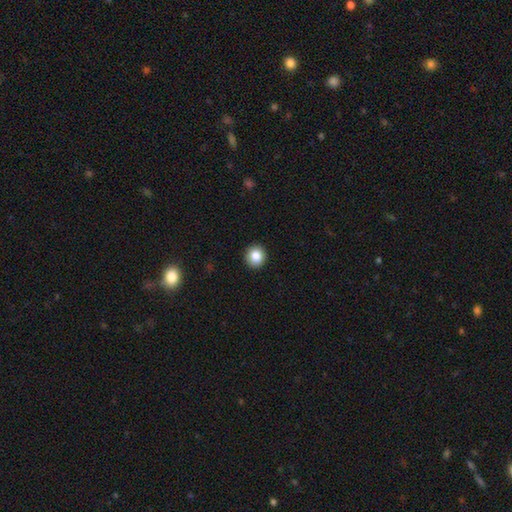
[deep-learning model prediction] This appears to be a smooth galaxy with no disk features (85%) that is round (92%). Merging: none (93%).